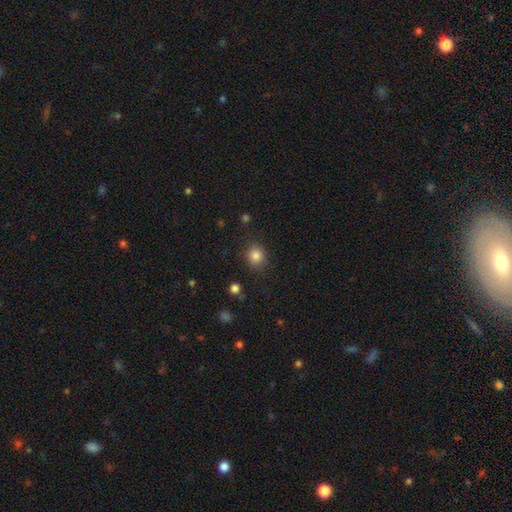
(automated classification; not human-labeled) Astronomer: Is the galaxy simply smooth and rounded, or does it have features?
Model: smooth — 83%.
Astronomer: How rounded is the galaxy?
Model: round — 77%.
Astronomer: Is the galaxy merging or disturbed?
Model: none — 86%.